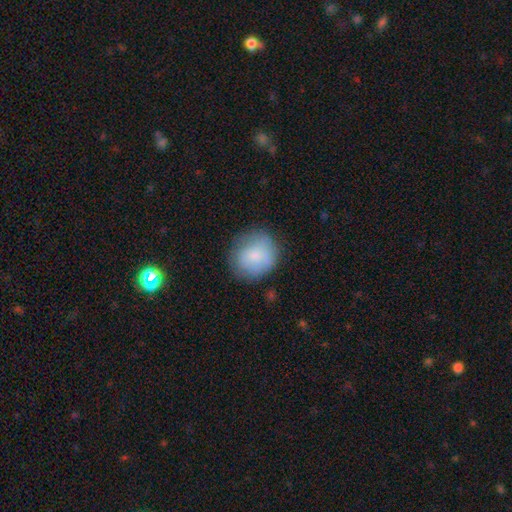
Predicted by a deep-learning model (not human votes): smooth-or-featured: smooth: 79% | featured or disk: 14% | star or artifact: 8%
  how-rounded: round: 84% | in between: 15% | cigar-shaped: 1%
  merging: none: 74% | minor disturbance: 18% | major disturbance: 6% | merger: 2%